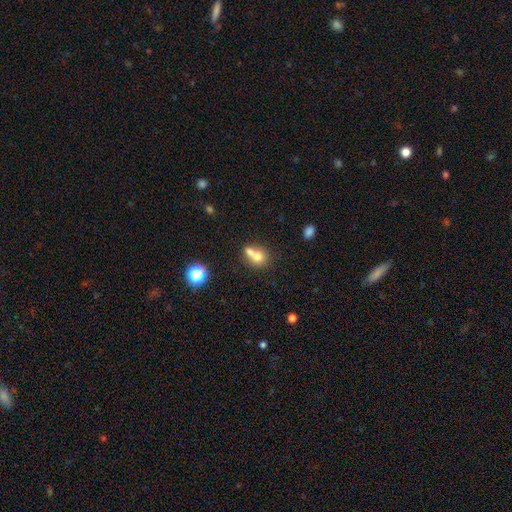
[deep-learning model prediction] Morphology: type=smooth (69%); roundness=round (67%); merging=merger (59%).